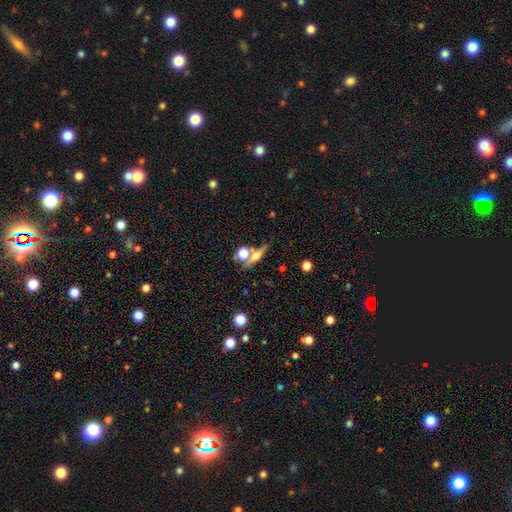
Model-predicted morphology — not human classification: A smooth galaxy with no disk features (45%). Merging: none (61%).